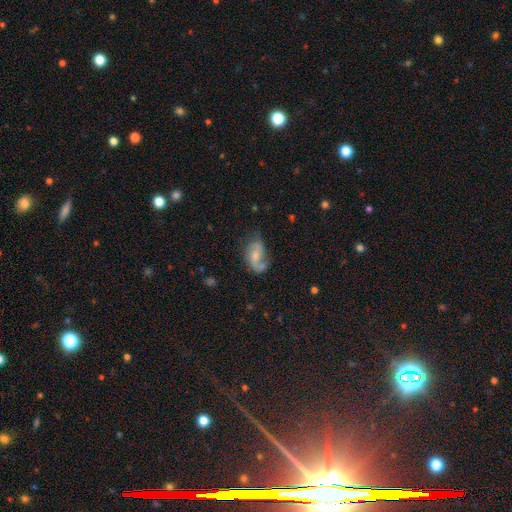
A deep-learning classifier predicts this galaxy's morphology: Q: Smooth or featured?
A: featured or disk (58%); runner-up: smooth (34%)
Q: Edge-on disk?
A: no (96%); runner-up: yes (4%)
Q: Bar?
A: no (58%); runner-up: weak (35%)
Q: Spiral arms?
A: yes (80%); runner-up: no (20%)
Q: Bulge size?
A: moderate (47%); runner-up: small (39%)
Q: Merging?
A: none (43%); runner-up: minor disturbance (26%)